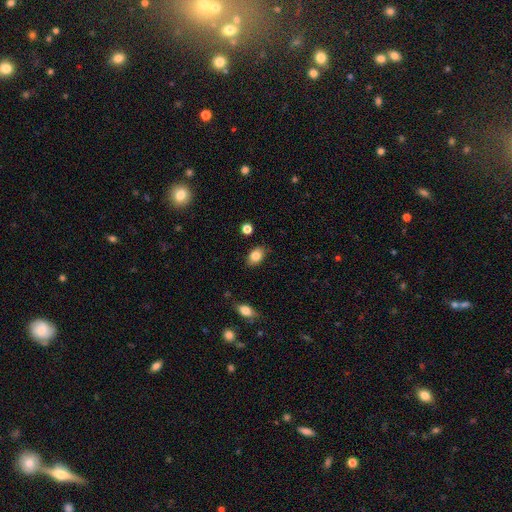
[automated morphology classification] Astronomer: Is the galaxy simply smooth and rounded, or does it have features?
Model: smooth — 83%.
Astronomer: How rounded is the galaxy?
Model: in between — 84%.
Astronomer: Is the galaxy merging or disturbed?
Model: none — 82%.